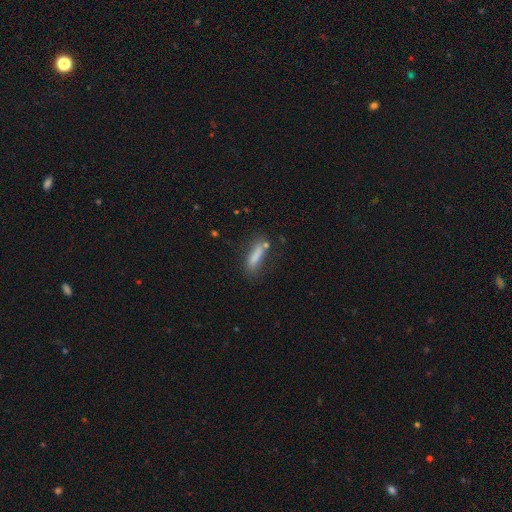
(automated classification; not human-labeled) Morphology: type=smooth (78%); roundness=cigar-shaped (67%); merging=none (62%).